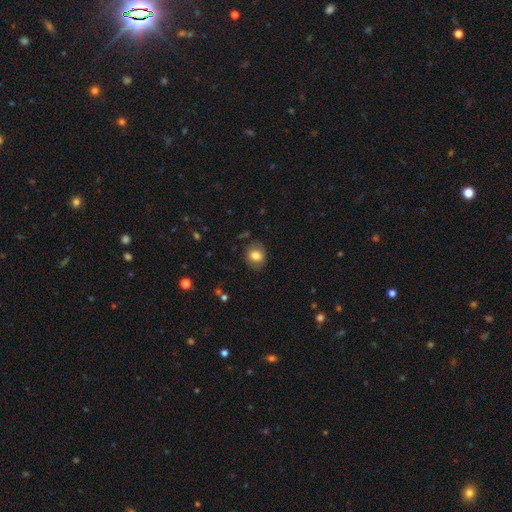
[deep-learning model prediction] Overall: smooth (76%). How rounded: round (63%; in between 36%). Merging: none (78%).